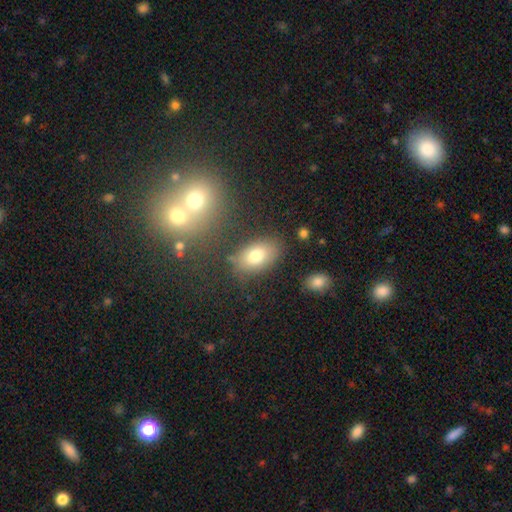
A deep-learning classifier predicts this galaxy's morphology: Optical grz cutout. It shows a smooth galaxy with no disk features (76%) that is in between round and cigar-shaped (88%). Merging: none (77%).